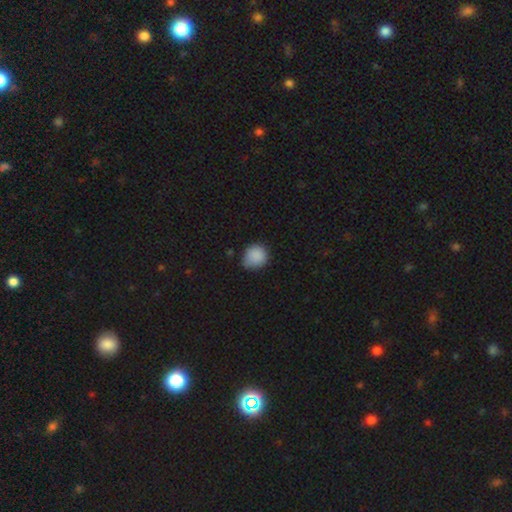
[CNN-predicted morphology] A smooth galaxy with no disk features (87%) that is round (81%).

Vote fractions:
- Smooth or featured? smooth: 87% / star or artifact: 9% / featured or disk: 4%
- How rounded? round: 81% / in between: 18% / cigar-shaped: 1%
- Merging? none: 66% / minor disturbance: 28% / major disturbance: 4% / merger: 2%